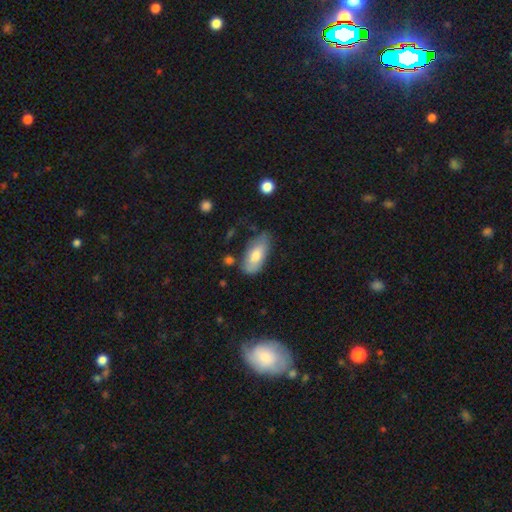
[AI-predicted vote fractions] This appears to be a smooth galaxy with no disk features (74%) that is in between round and cigar-shaped (88%). Merging: none (65%).